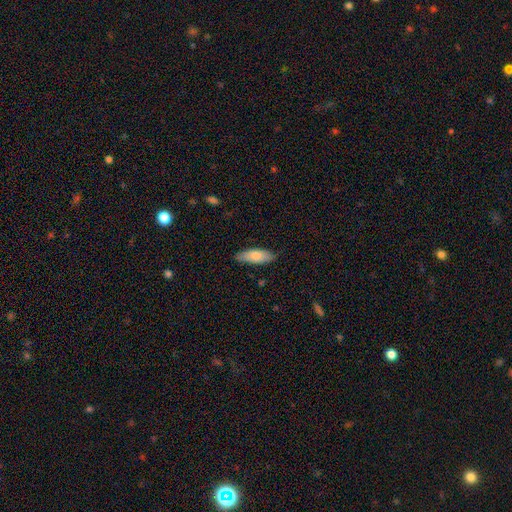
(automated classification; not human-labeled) Smooth or featured: smooth — 77% (featured or disk — 18%)
How rounded: in between — 67% (cigar-shaped — 31%)
Merging: none — 81% (minor disturbance — 15%)